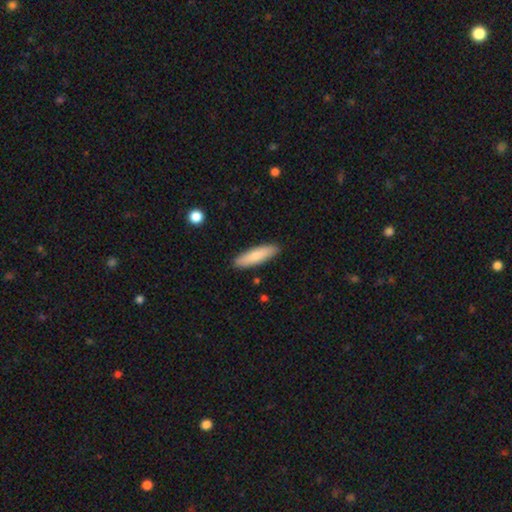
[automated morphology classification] Q: Smooth or featured?
A: smooth (78%); runner-up: featured or disk (16%)
Q: How rounded?
A: cigar-shaped (65%); runner-up: in between (33%)
Q: Merging?
A: none (90%); runner-up: minor disturbance (8%)